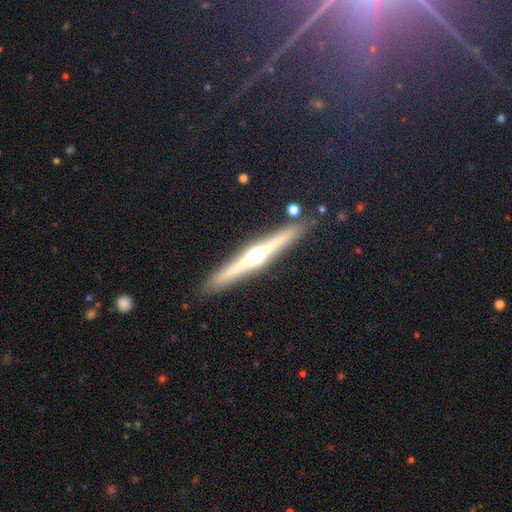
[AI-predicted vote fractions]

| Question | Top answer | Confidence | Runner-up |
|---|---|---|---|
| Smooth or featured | featured or disk | 77% | smooth (17%) |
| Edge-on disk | yes | 98% | no (2%) |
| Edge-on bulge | rounded | 93% | boxy (4%) |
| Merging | none | 89% | minor disturbance (7%) |